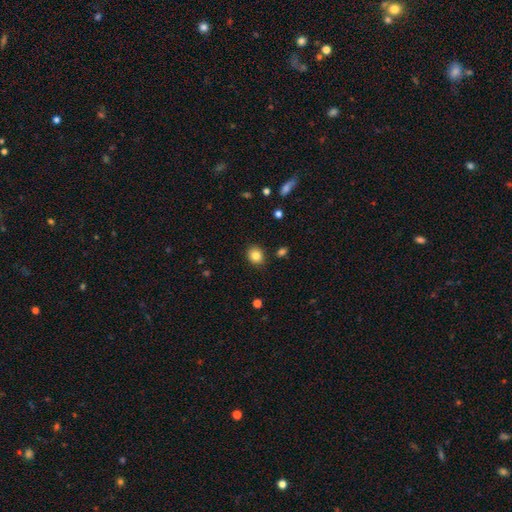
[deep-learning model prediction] Smooth or featured? smooth (83%)
How rounded? round (69%)
Merging? none (88%)